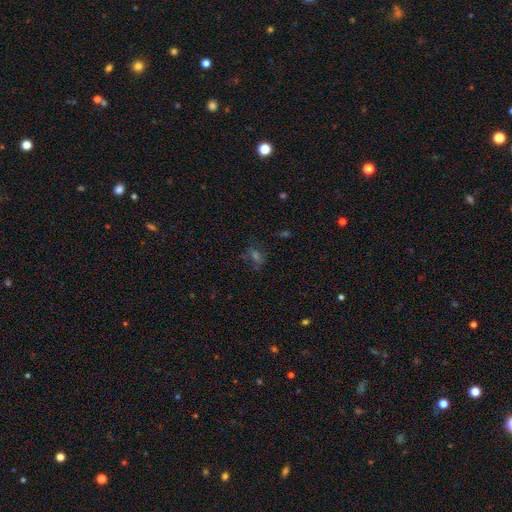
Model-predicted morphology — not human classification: smooth-or-featured: star or artifact: 42% | smooth: 34% | featured or disk: 25%